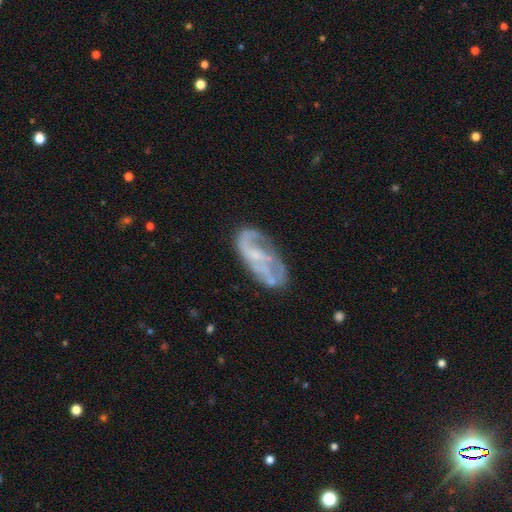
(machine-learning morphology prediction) Q: Smooth or featured?
A: featured or disk (73%); runner-up: smooth (19%)
Q: Edge-on disk?
A: no (92%); runner-up: yes (8%)
Q: Bar?
A: no (53%); runner-up: weak (35%)
Q: Spiral arms?
A: yes (76%); runner-up: no (24%)
Q: Spiral winding?
A: medium (40%); runner-up: tight (30%)
Q: Spiral arm count?
A: 2 (45%); runner-up: can't tell (30%)
Q: Bulge size?
A: small (46%); runner-up: none (34%)
Q: Merging?
A: none (59%); runner-up: minor disturbance (23%)